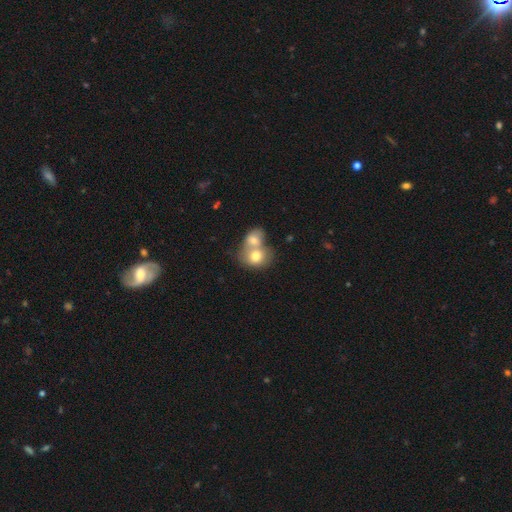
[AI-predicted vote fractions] Smooth or featured? Predicted: smooth (p=0.72). How rounded? Predicted: round (p=0.60). Merging? Predicted: merger (p=0.74).